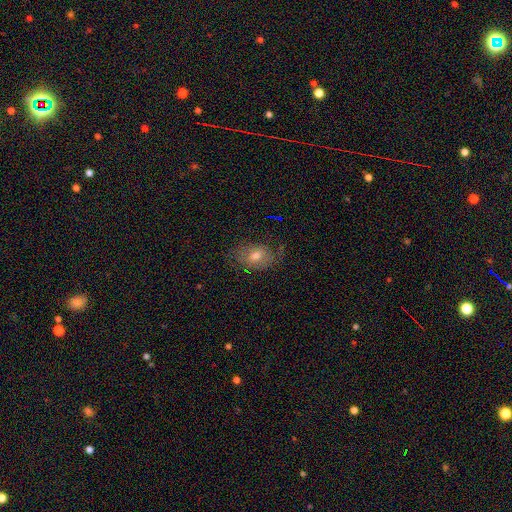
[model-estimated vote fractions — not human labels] Q: Smooth or featured?
A: smooth (55%); runner-up: featured or disk (32%)
Q: How rounded?
A: in between (77%); runner-up: round (21%)
Q: Merging?
A: none (67%); runner-up: minor disturbance (22%)